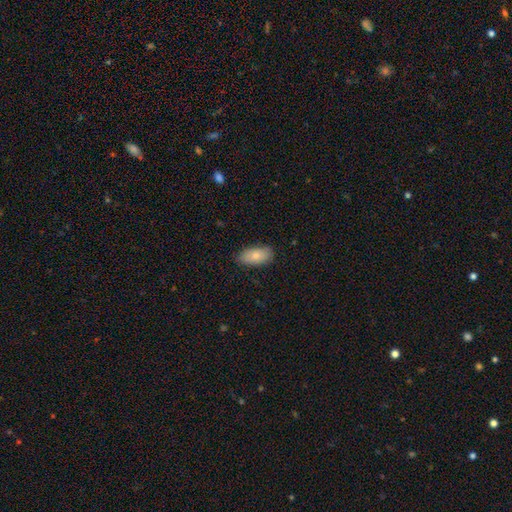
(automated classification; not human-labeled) This is clearly a smooth galaxy (80%). How rounded: clearly in between (93%). Merging: clearly none (84%).